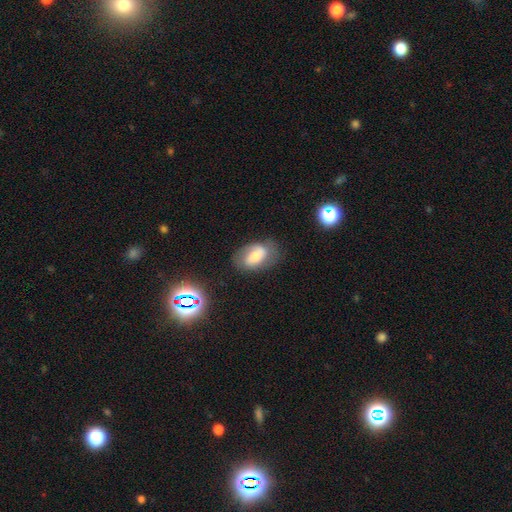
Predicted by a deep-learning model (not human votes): smooth-or-featured: featured or disk: 45% | smooth: 43% | star or artifact: 12%
  merging: none: 69% | minor disturbance: 21% | major disturbance: 8% | merger: 2%